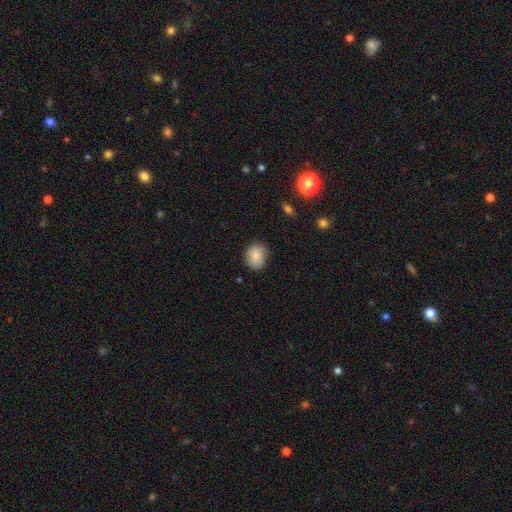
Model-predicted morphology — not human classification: This appears to be a smooth galaxy with no disk features (86%) that is round (63%). Merging: none (82%).